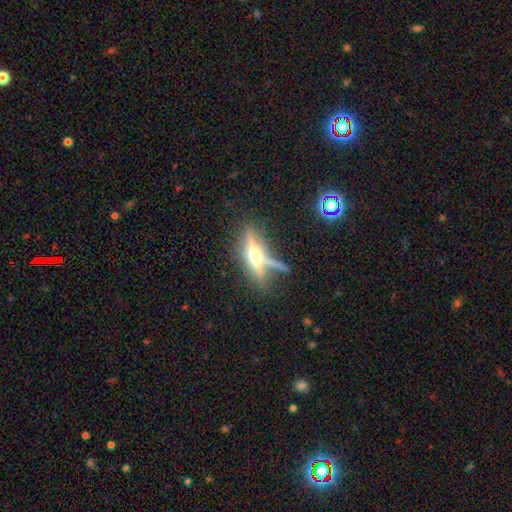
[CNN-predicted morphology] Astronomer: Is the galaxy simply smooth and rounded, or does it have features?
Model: featured or disk — 65%.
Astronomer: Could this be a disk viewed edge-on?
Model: yes — 91%.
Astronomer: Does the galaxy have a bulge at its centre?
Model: rounded — 91%.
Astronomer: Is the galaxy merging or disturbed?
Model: none — 61%.